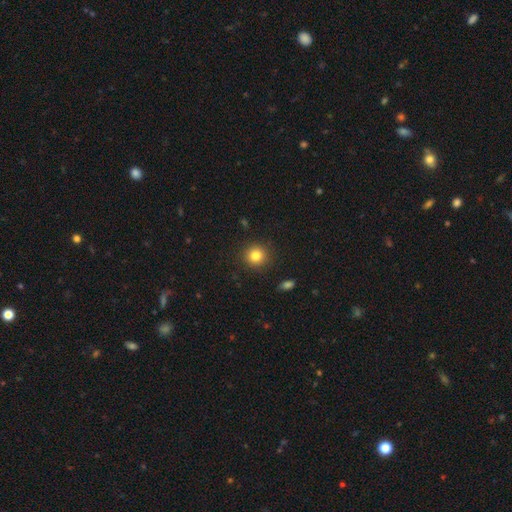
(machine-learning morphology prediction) This is clearly a smooth galaxy (83%). How rounded: clearly round (92%). Merging: clearly none (91%).